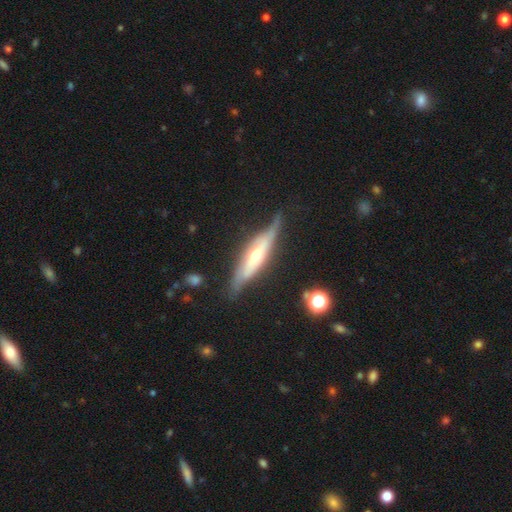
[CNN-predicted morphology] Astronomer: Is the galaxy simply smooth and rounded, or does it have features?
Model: featured or disk — 70%.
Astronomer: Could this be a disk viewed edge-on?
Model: yes — 81%.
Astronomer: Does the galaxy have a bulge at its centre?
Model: rounded — 80%.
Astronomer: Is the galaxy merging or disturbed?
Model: none — 65%.